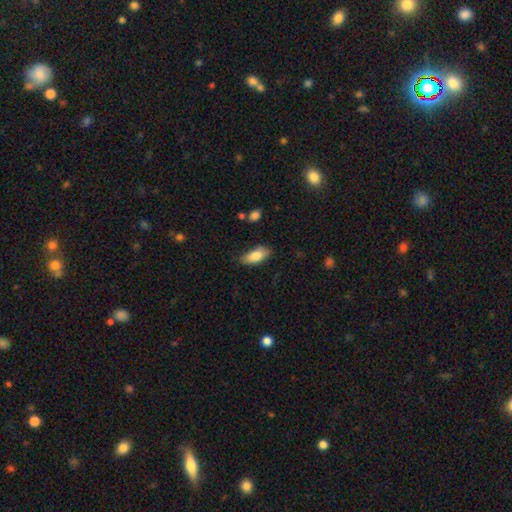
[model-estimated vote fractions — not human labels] Q: Smooth or featured?
A: smooth (85%); runner-up: featured or disk (8%)
Q: How rounded?
A: in between (87%); runner-up: cigar-shaped (11%)
Q: Merging?
A: none (73%); runner-up: minor disturbance (21%)